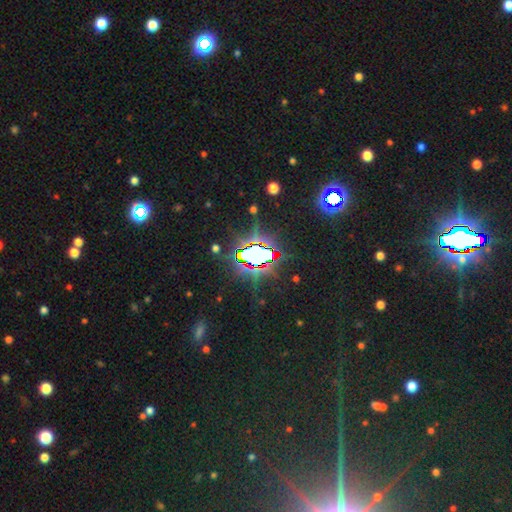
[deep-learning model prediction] A star or artifact, not a galaxy (78%).

Vote fractions:
- Smooth or featured? star or artifact: 78% / smooth: 12% / featured or disk: 10%